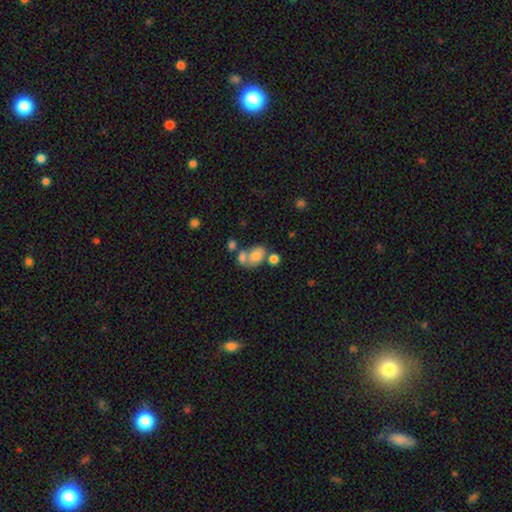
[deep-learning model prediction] A smooth galaxy with no disk features (71%) that is in between round and cigar-shaped (76%).

Vote fractions:
- Smooth or featured? smooth: 71% / featured or disk: 18% / star or artifact: 10%
- How rounded? in between: 76% / round: 23% / cigar-shaped: 1%
- Merging? merger: 48% / none: 30% / minor disturbance: 13% / major disturbance: 9%